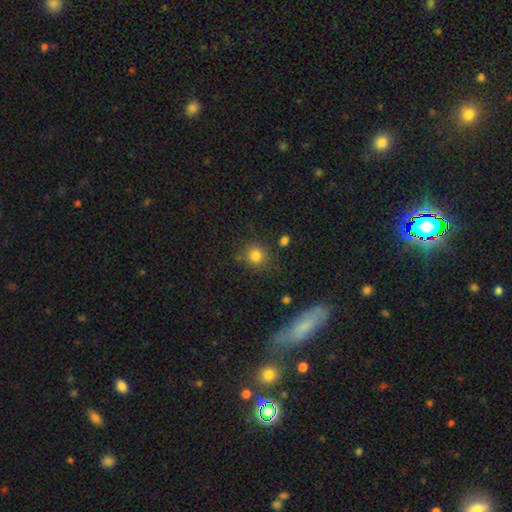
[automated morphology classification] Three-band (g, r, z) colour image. It shows a smooth galaxy with no disk features (80%) that is round (87%). Merging: none (80%).